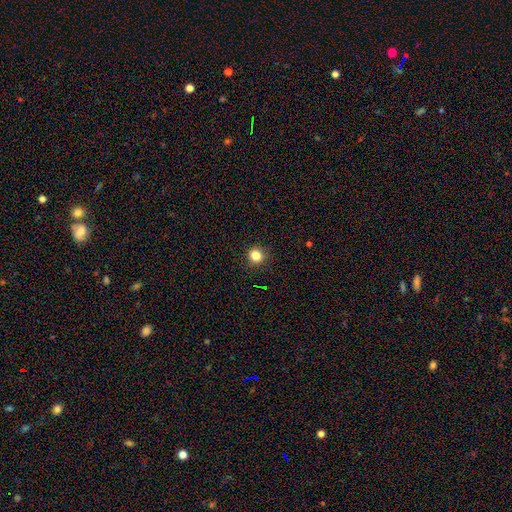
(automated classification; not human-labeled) Smooth or featured?
  - smooth: 83% *
  - star or artifact: 13%
  - featured or disk: 5%
How rounded?
  - round: 92% *
  - in between: 7%
  - cigar-shaped: 1%
Merging?
  - none: 92% *
  - minor disturbance: 5%
  - major disturbance: 2%
  - merger: 1%